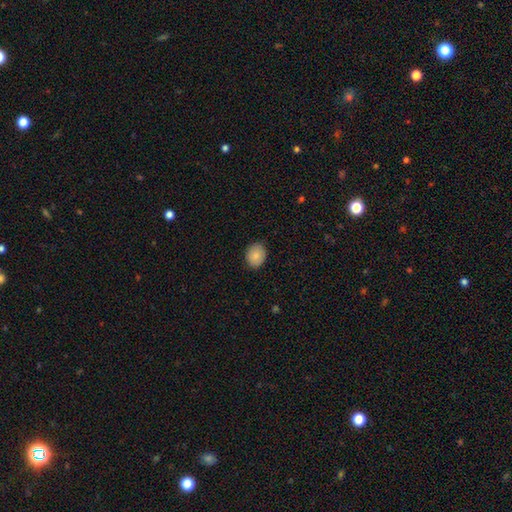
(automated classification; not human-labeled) Smooth or featured?
  - smooth: 87% *
  - star or artifact: 7%
  - featured or disk: 6%
How rounded?
  - in between: 51% *
  - round: 48%
  - cigar-shaped: 1%
Merging?
  - none: 87% *
  - minor disturbance: 10%
  - major disturbance: 2%
  - merger: 1%